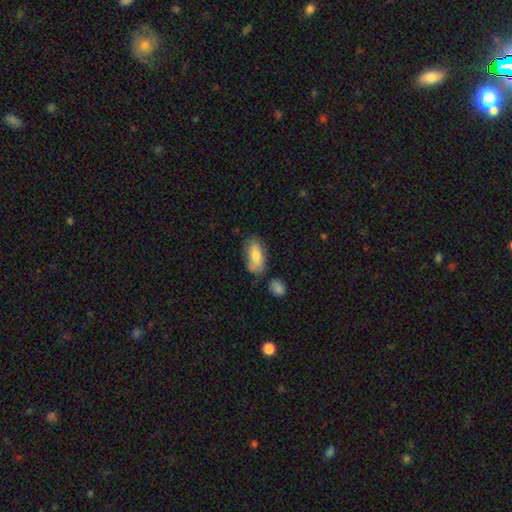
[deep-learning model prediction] Overall: smooth (77%). How rounded: in between (90%). Merging: none (59%; minor disturbance 25%).